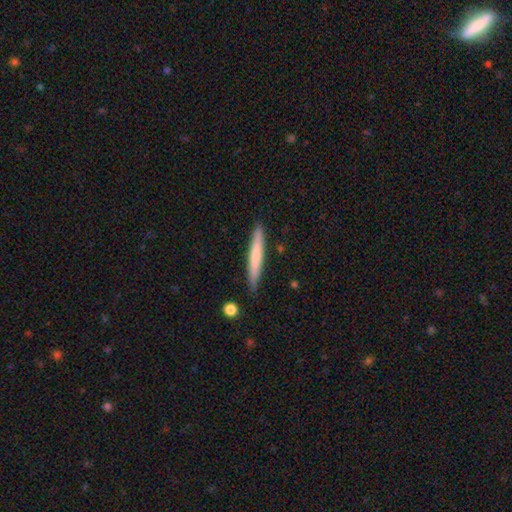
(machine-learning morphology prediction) Smooth or featured? smooth (65%)
How rounded? cigar-shaped (96%)
Merging? none (88%)